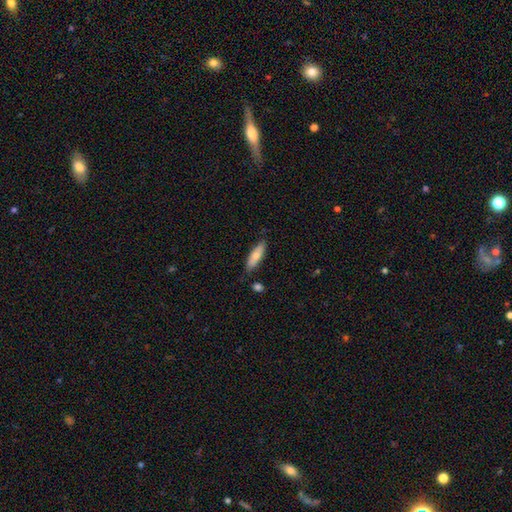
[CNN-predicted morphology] Smooth or featured? smooth (74%)
How rounded? cigar-shaped (50%)
Merging? none (79%)